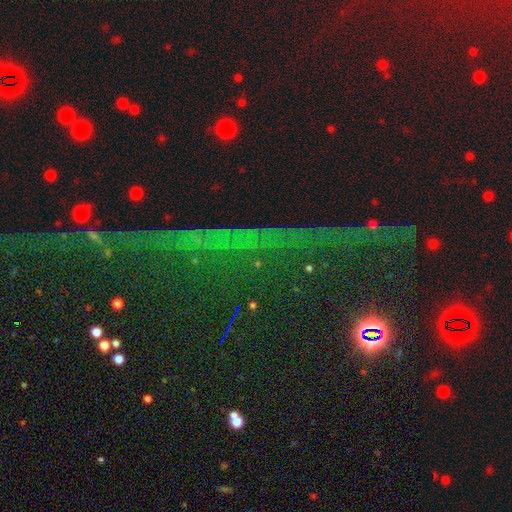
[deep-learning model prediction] Smooth or featured?
  - star or artifact: 83% *
  - featured or disk: 9%
  - smooth: 9%